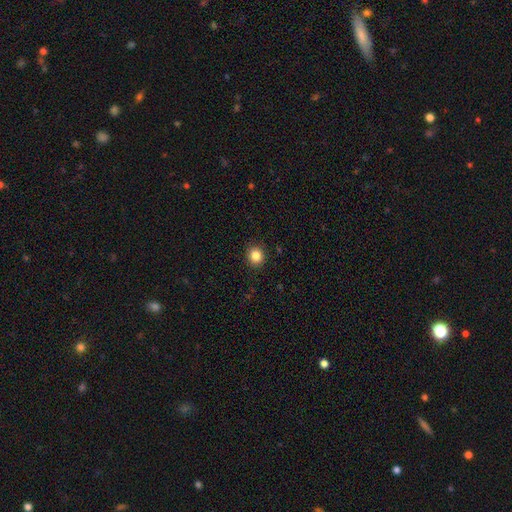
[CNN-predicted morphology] Smooth or featured? Predicted: smooth (p=0.84). How rounded? Predicted: round (p=0.87). Merging? Predicted: none (p=0.91).